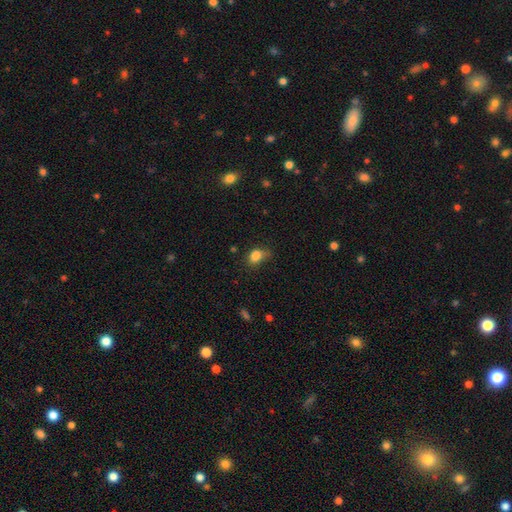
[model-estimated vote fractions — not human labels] The model was most divided on "merging": none: 49%, minor disturbance: 35%, major disturbance: 13%, merger: 3%. More confident: smooth or featured — smooth (83%); how rounded — in between (65%).